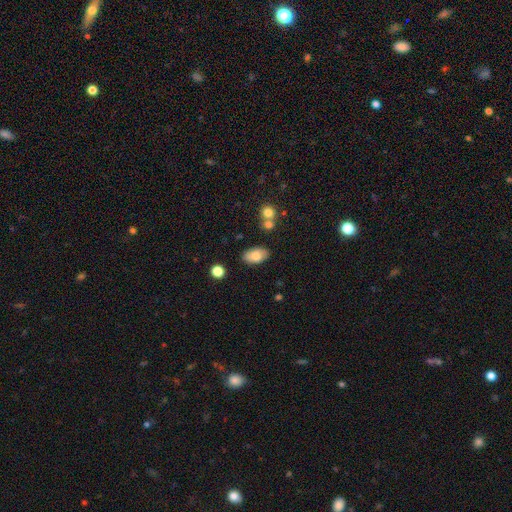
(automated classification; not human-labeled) This is likely a smooth galaxy (76%). How rounded: clearly in between (93%). Merging: likely none (79%).